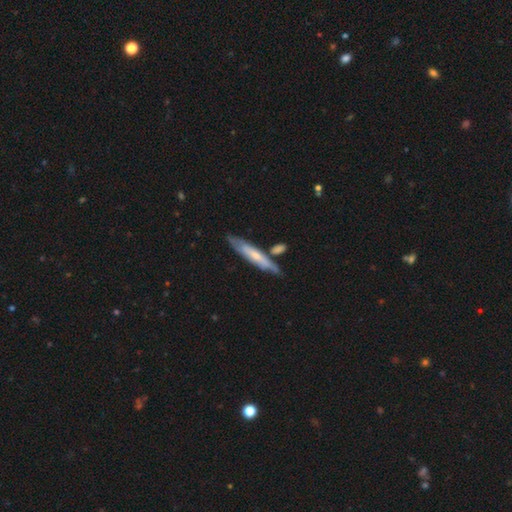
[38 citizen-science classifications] smooth 53%, featured or disk 37%, star or artifact 11%. Down the decision tree: how rounded — cigar-shaped (85%); merging — none (71%).